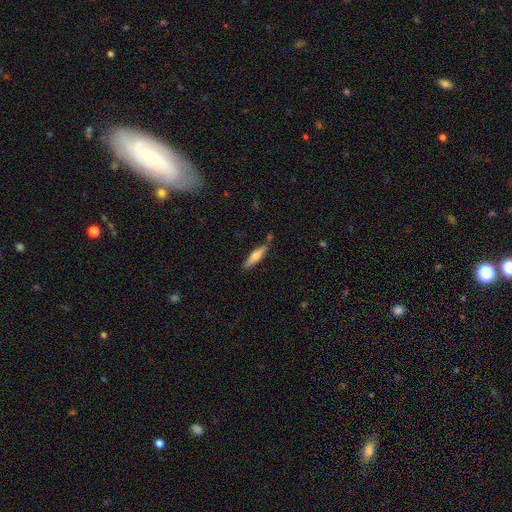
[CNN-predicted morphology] Smooth or featured: smooth — 60% (featured or disk — 34%)
How rounded: cigar-shaped — 78% (in between — 20%)
Merging: none — 78% (minor disturbance — 14%)